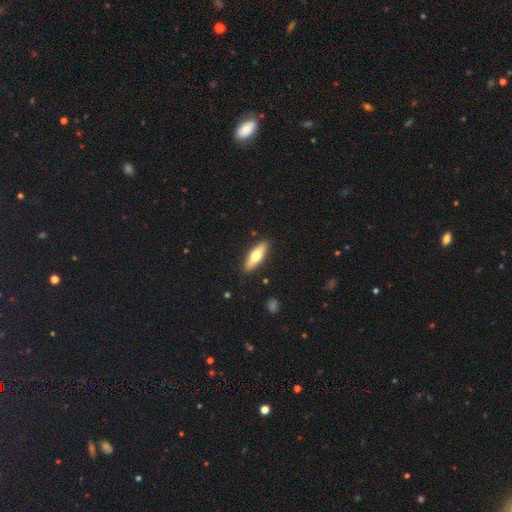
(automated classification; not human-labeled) Smooth or featured? smooth (58%)
How rounded? cigar-shaped (50%)
Merging? none (89%)